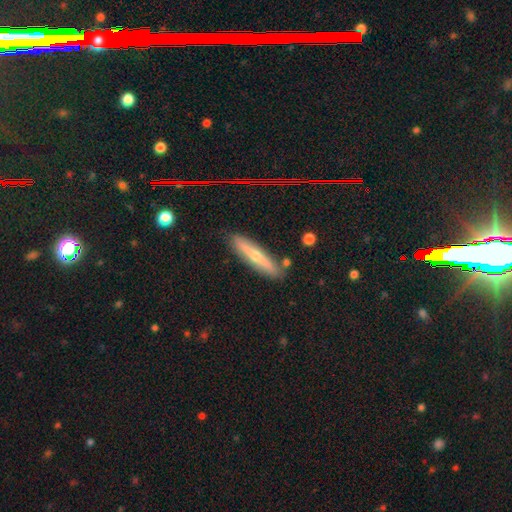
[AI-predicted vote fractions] This is possibly a featured or disk galaxy (57%). It is clearly viewed edge-on (88%). Edge-on bulge: clearly rounded (86%). Merging: clearly none (85%).